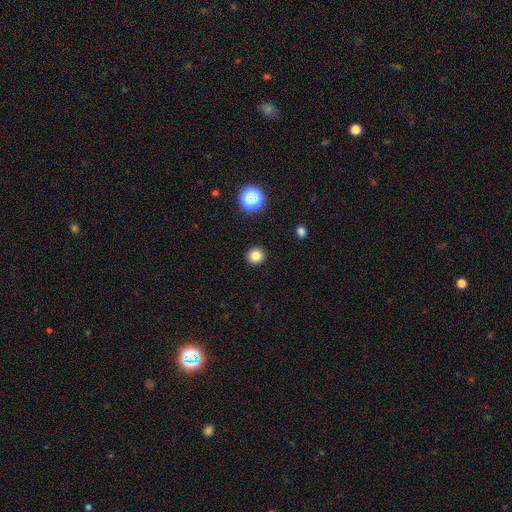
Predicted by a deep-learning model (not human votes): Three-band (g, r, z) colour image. It shows a smooth galaxy with no disk features (82%) that is round (95%). Merging: none (93%).